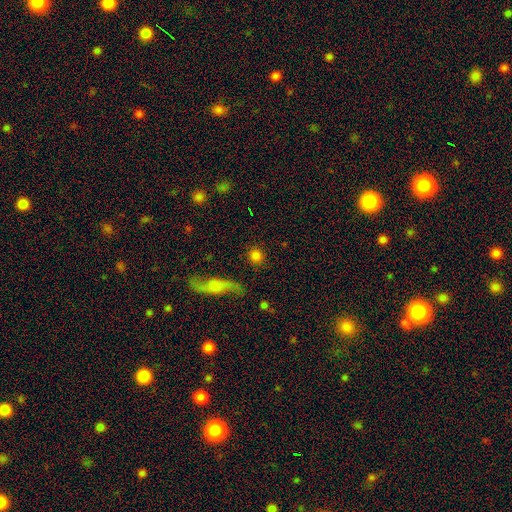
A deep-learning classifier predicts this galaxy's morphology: Overall: smooth (78%). How rounded: round (84%). Merging: none (85%).